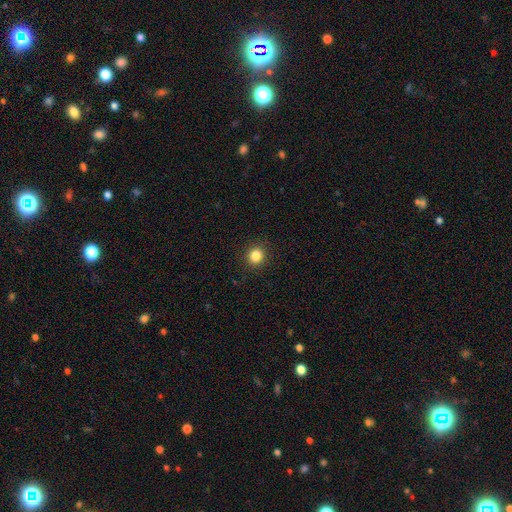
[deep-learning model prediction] This is clearly a smooth galaxy (84%). How rounded: clearly round (88%). Merging: clearly none (92%).